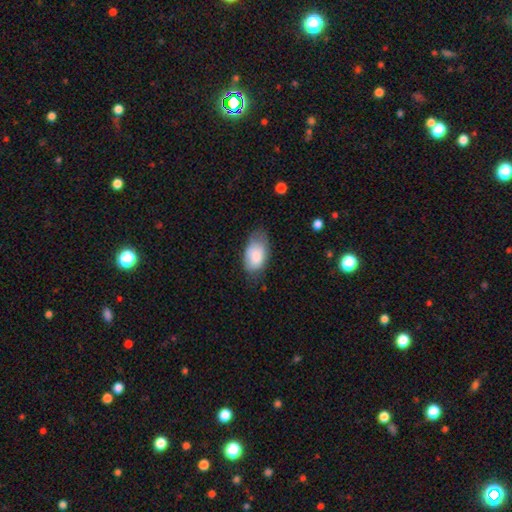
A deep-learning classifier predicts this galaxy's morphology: Smooth or featured? Predicted: smooth (p=0.84). How rounded? Predicted: in between (p=0.94). Merging? Predicted: none (p=0.55).